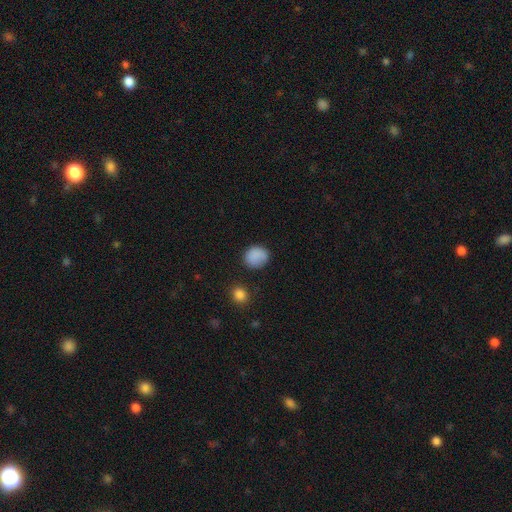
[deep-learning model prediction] This appears to be a smooth galaxy with no disk features (86%) that is round (76%). Merging: none (79%).